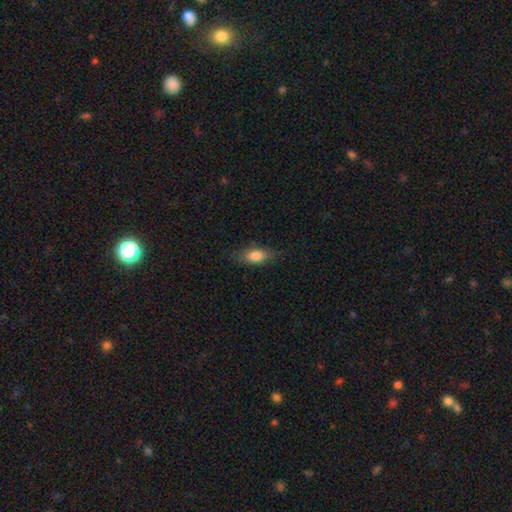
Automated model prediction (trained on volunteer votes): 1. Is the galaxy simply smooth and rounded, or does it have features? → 81% smooth, 11% featured or disk, 7% star or artifact.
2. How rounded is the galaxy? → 82% in between, 13% cigar-shaped, 5% round.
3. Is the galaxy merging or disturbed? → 78% none, 17% minor disturbance, 4% major disturbance, 1% merger.